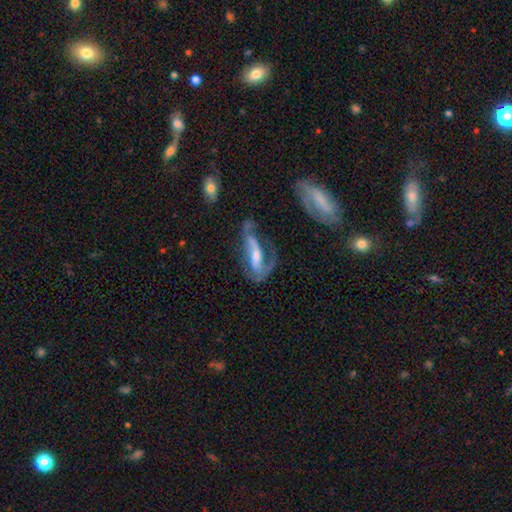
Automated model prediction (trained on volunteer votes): A featured or disk galaxy (74%) with a strong bar (37%), 2 (69%) loose (42%) spiral arms (85%) and a moderate central bulge (42%).

Vote fractions:
- Smooth or featured? featured or disk: 74% / smooth: 19% / star or artifact: 7%
- Edge-on disk? no: 85% / yes: 15%
- Bar? strong: 37% / weak: 33% / no: 29%
- Spiral arms? yes: 85% / no: 15%
- Spiral winding? loose: 42% / medium: 39% / tight: 19%
- Spiral arm count? 2: 69% / 1: 16% / can't tell: 11% / 3: 2% / 4: 1% / more than 4: 1%
- Bulge size? moderate: 42% / small: 38% / none: 9% / large: 8% / dominant: 2%
- Merging? none: 40% / major disturbance: 31% / minor disturbance: 21% / merger: 8%